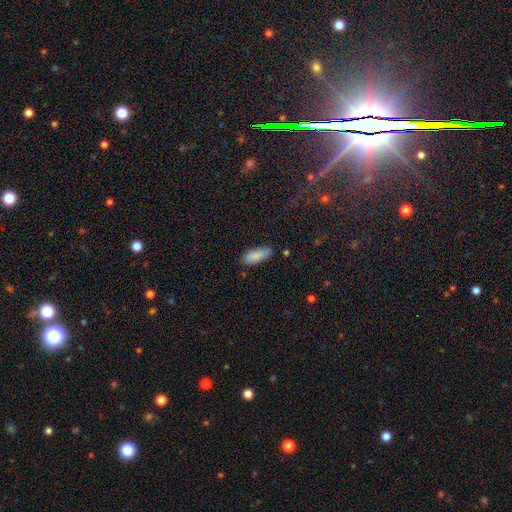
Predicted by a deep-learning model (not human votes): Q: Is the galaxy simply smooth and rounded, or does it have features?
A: smooth — 86%.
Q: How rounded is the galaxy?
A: in between — 78%.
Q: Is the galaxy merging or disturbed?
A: none — 82%.